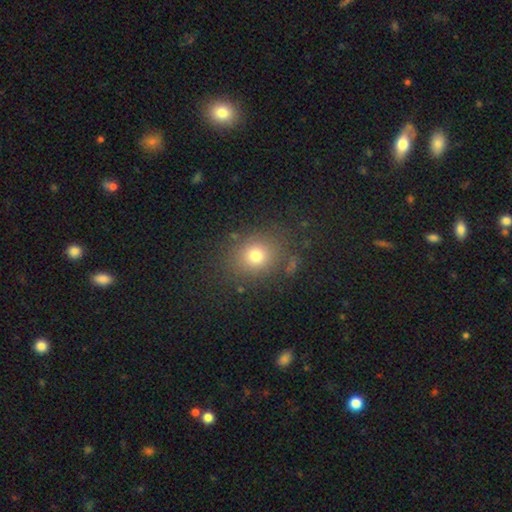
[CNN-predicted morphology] smooth_or_featured: smooth (p=0.76) [alt: star or artifact p=0.14]
how_rounded: round (p=0.68) [alt: in between p=0.31]
merging: none (p=0.81) [alt: minor disturbance p=0.11]